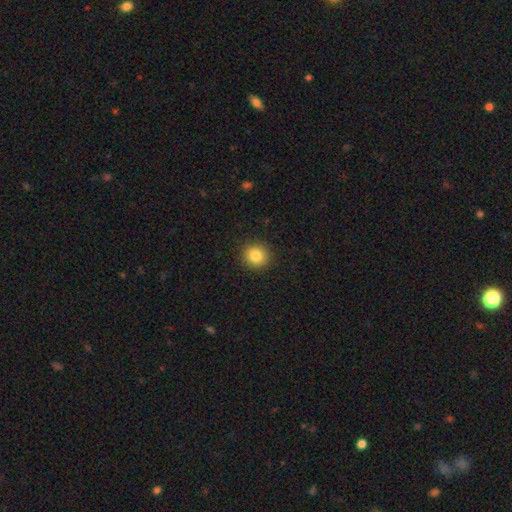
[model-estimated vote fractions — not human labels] A smooth galaxy with no disk features (84%) that is round (90%).

Vote fractions:
- Smooth or featured? smooth: 84% / star or artifact: 10% / featured or disk: 6%
- How rounded? round: 90% / in between: 9% / cigar-shaped: 1%
- Merging? none: 91% / minor disturbance: 6% / major disturbance: 2% / merger: 1%